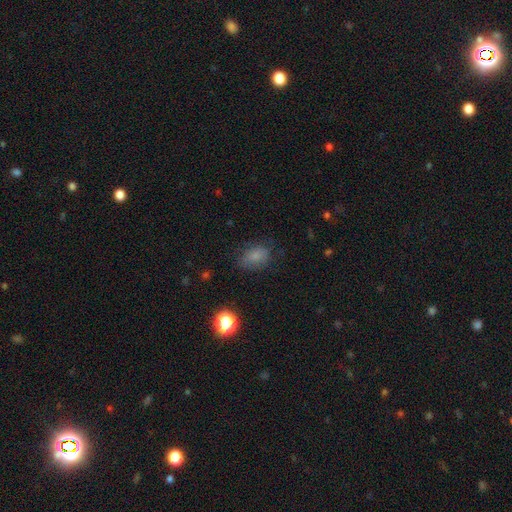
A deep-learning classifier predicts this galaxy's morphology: Smooth or featured: smooth — 79% (star or artifact — 13%)
How rounded: in between — 81% (round — 17%)
Merging: none — 71% (minor disturbance — 20%)